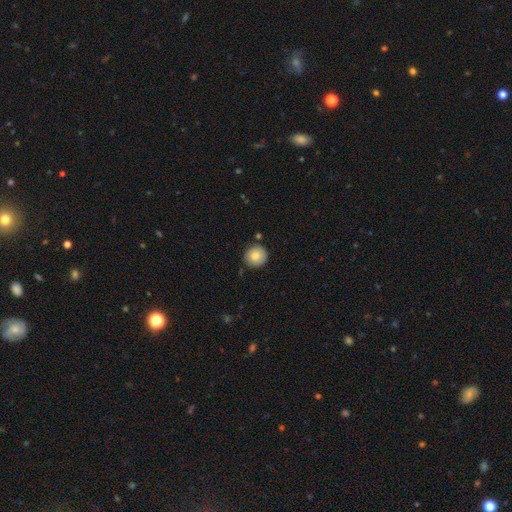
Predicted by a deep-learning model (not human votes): Smooth or featured: smooth — 84% (star or artifact — 8%)
How rounded: round — 92% (in between — 7%)
Merging: none — 85% (minor disturbance — 10%)